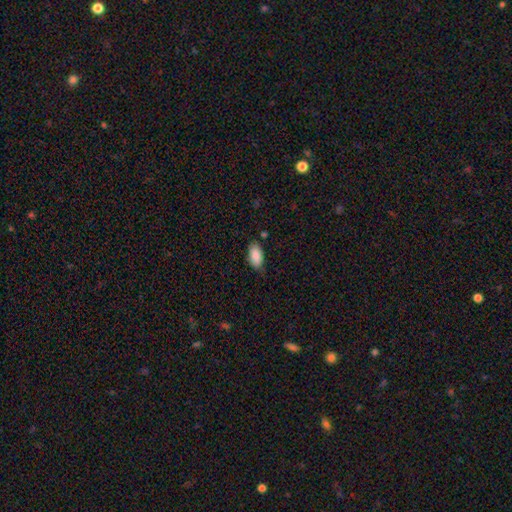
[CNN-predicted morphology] Smooth or featured? Predicted: smooth (p=0.89). How rounded? Predicted: in between (p=0.93). Merging? Predicted: none (p=0.76).